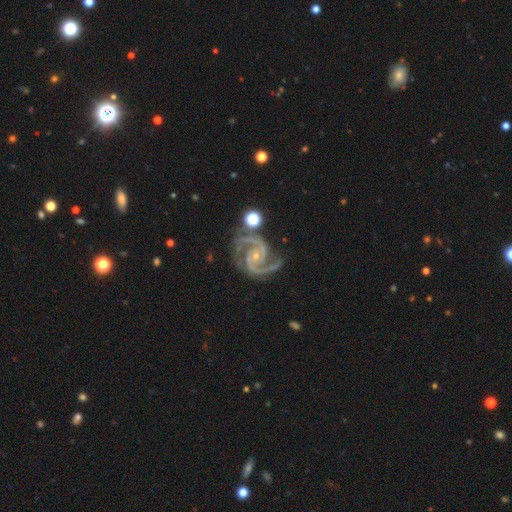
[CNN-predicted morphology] A featured or disk galaxy (94%) with no bar (63%), 2 (86%) medium (53%) spiral arms (99%) and a small central bulge (79%).

Vote fractions:
- Smooth or featured? featured or disk: 94% / star or artifact: 4% / smooth: 2%
- Edge-on disk? no: 98% / yes: 2%
- Bar? no: 63% / weak: 24% / strong: 13%
- Spiral arms? yes: 99% / no: 1%
- Spiral winding? medium: 53% / tight: 41% / loose: 5%
- Spiral arm count? 2: 86% / 3: 8% / can't tell: 2% / 4: 2% / 1: 2% / more than 4: 2%
- Bulge size? small: 79% / moderate: 16% / none: 3% / large: 1% / dominant: 1%
- Merging? none: 74% / minor disturbance: 17% / major disturbance: 6% / merger: 3%